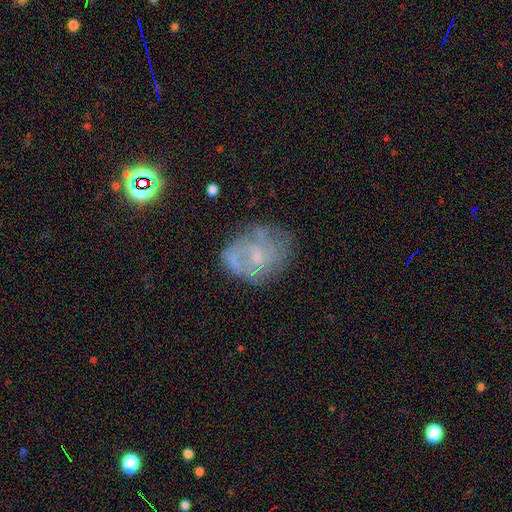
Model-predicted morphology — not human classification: smooth_or_featured: featured or disk (p=0.60) [alt: smooth p=0.28]
disk_edge_on: no (p=0.97) [alt: yes p=0.03]
bar: no (p=0.66) [alt: weak p=0.29]
has_spiral_arms: yes (p=0.51) [alt: no p=0.49]
bulge_size: small (p=0.44) [alt: moderate p=0.28]
merging: none (p=0.55) [alt: minor disturbance p=0.25]